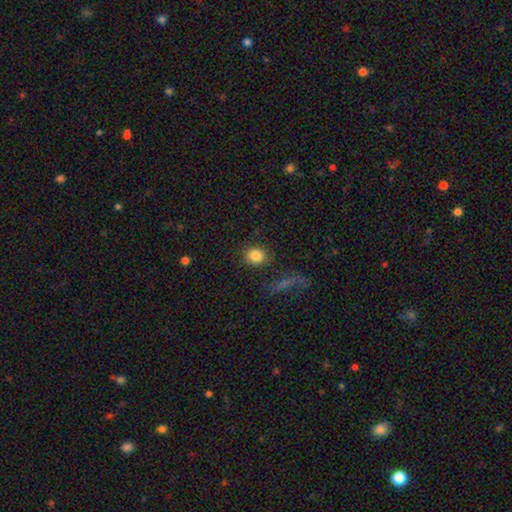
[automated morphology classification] The model was most divided on "how rounded": round: 64%, in between: 34%, cigar-shaped: 2%. More confident: merging — none (85%); smooth or featured — smooth (84%).